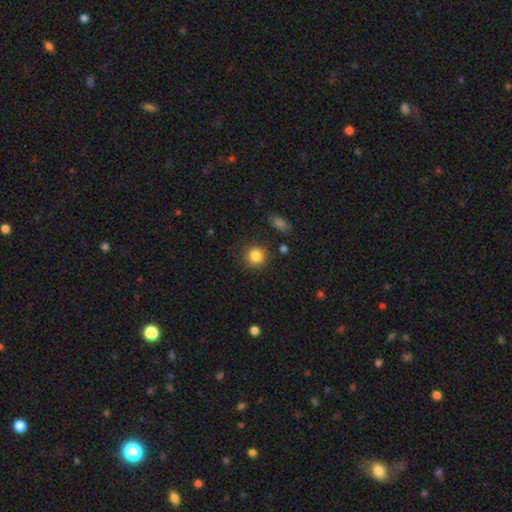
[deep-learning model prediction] A smooth galaxy with no disk features (85%) that is round (91%).

Vote fractions:
- Smooth or featured? smooth: 85% / star or artifact: 10% / featured or disk: 5%
- How rounded? round: 91% / in between: 8% / cigar-shaped: 1%
- Merging? none: 85% / minor disturbance: 9% / major disturbance: 3% / merger: 3%